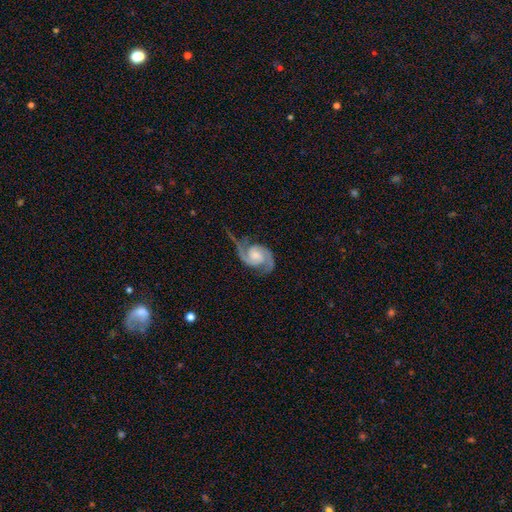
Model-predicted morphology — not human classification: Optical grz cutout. It shows a featured or disk galaxy (91%) with no bar (60%), 2 (93%) medium (52%) spiral arms (98%) and a moderate central bulge (45%). Merging: none (63%).